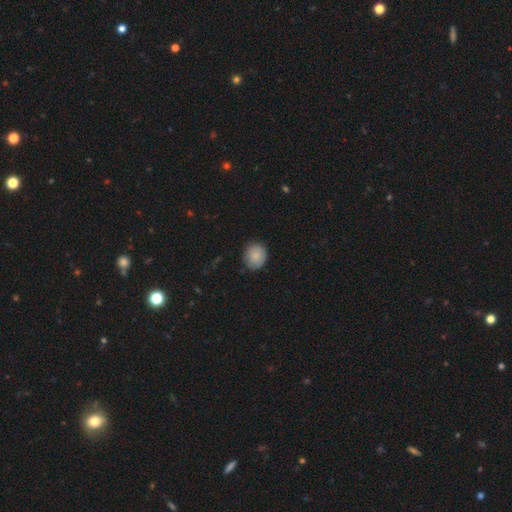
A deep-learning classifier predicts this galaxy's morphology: This appears to be a smooth galaxy with no disk features (85%) that is round (72%). Merging: none (80%).